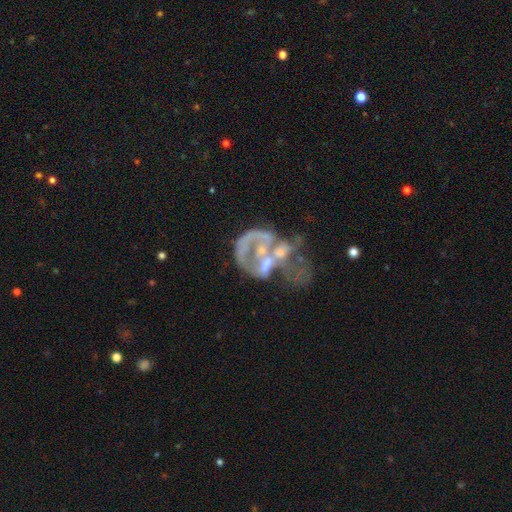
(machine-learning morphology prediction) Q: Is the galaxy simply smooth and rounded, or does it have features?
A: featured or disk — 71%.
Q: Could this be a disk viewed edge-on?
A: no — 97%.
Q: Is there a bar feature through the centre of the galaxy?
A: no — 66%.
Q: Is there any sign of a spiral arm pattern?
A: no — 56%.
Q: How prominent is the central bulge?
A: small — 39%.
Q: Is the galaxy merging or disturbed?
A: merger — 50%.